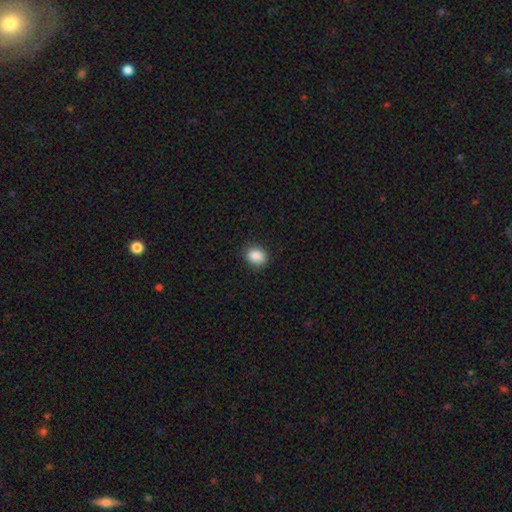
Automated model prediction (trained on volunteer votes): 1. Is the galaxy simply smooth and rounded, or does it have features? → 88% smooth, 9% star or artifact, 4% featured or disk.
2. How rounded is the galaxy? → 52% in between, 47% round, 1% cigar-shaped.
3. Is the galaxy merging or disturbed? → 84% none, 12% minor disturbance, 3% major disturbance, 1% merger.